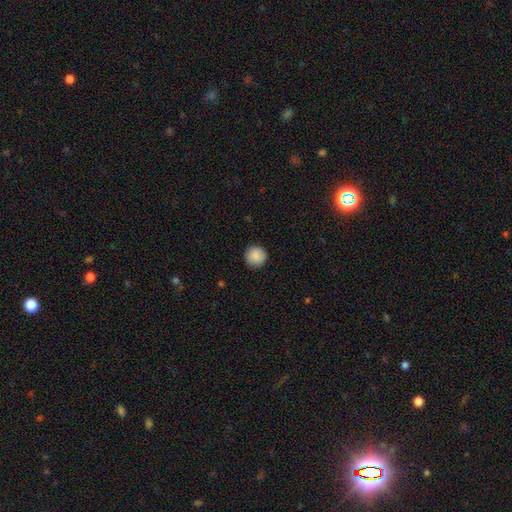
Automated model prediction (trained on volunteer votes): smooth 89%, star or artifact 8%, featured or disk 4%. Down the decision tree: how rounded — round (96%); merging — none (92%).